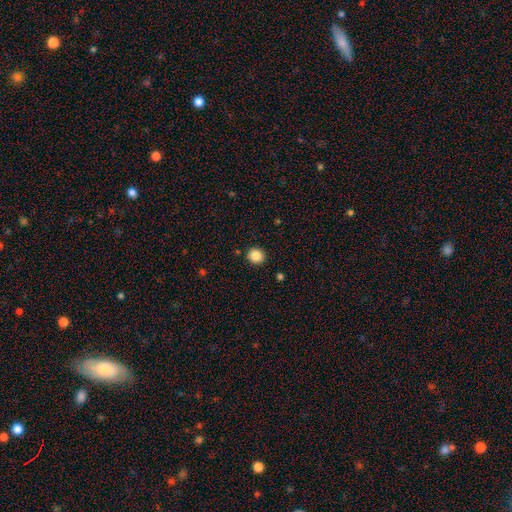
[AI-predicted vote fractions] The model was most divided on "smooth or featured": smooth: 86%, star or artifact: 10%, featured or disk: 4%. More confident: merging — none (90%); how rounded — round (88%).